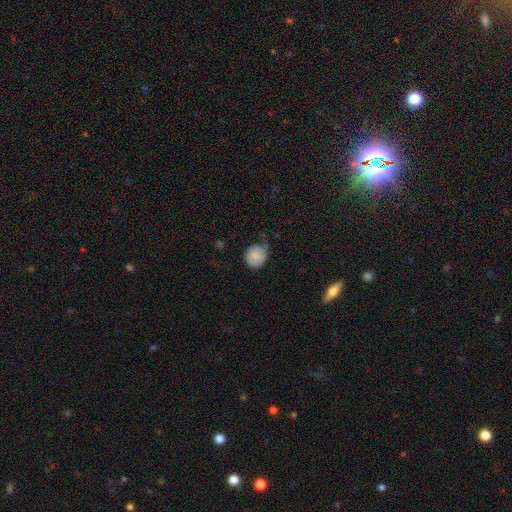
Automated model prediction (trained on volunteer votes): smooth-or-featured: smooth: 80% | featured or disk: 12% | star or artifact: 8%
  how-rounded: round: 85% | in between: 14% | cigar-shaped: 1%
  merging: none: 58% | minor disturbance: 33% | major disturbance: 6% | merger: 2%